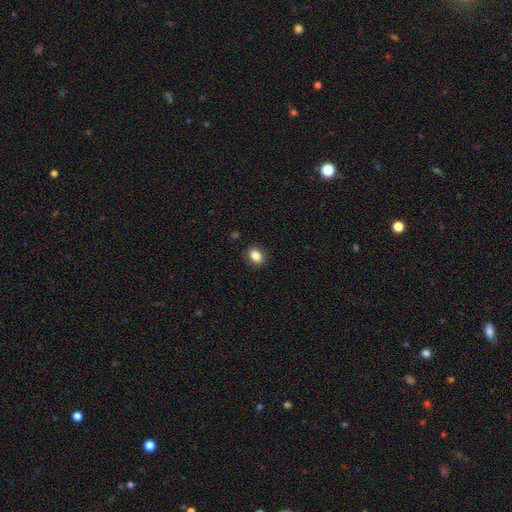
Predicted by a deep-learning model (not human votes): Smooth or featured?
  - smooth: 86% *
  - star or artifact: 9%
  - featured or disk: 5%
How rounded?
  - in between: 63% *
  - round: 36%
  - cigar-shaped: 1%
Merging?
  - none: 87% *
  - minor disturbance: 9%
  - major disturbance: 2%
  - merger: 1%